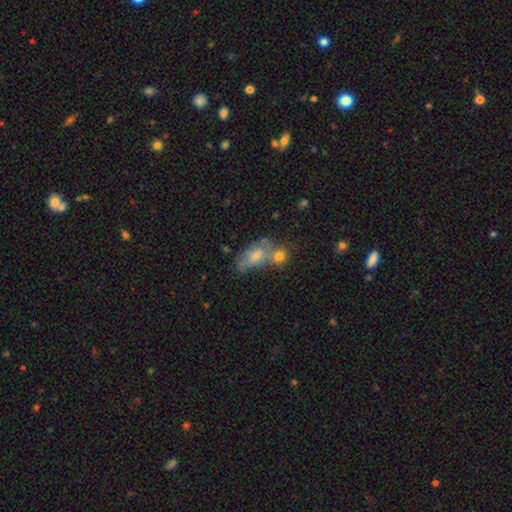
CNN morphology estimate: This is possibly a smooth galaxy (53%). How rounded: clearly in between (83%). Merging: marginally merger (44%).